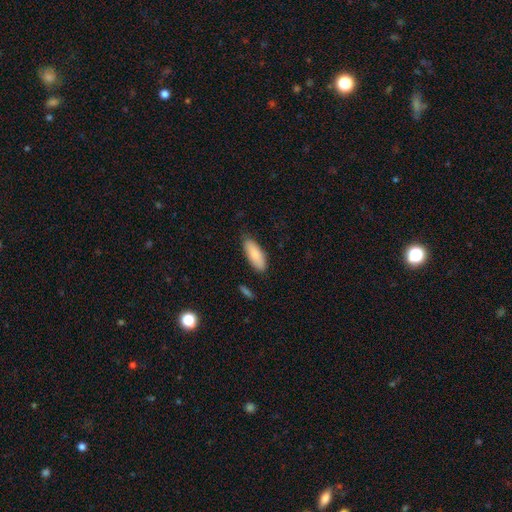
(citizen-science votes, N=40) smooth-or-featured: smooth: 98% | featured or disk: 2% | star or artifact: 0%
  how-rounded: in between: 77% | cigar-shaped: 21% | round: 3%
  merging: none: 75% | minor disturbance: 22% | major disturbance: 2% | merger: 0%